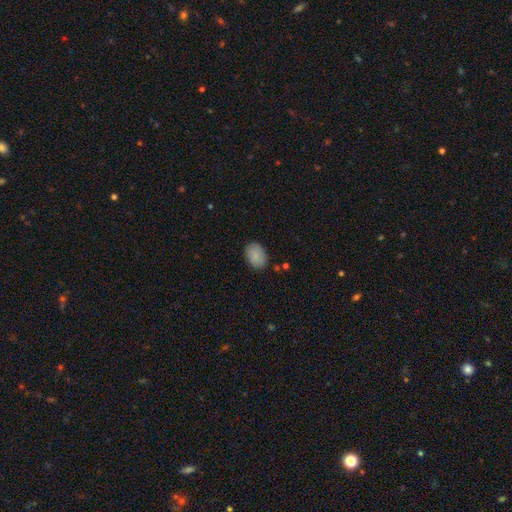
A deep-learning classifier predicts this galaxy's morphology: Smooth or featured?
  - smooth: 88% *
  - star or artifact: 7%
  - featured or disk: 6%
How rounded?
  - in between: 77% *
  - round: 22%
  - cigar-shaped: 1%
Merging?
  - none: 84% *
  - minor disturbance: 12%
  - major disturbance: 3%
  - merger: 2%